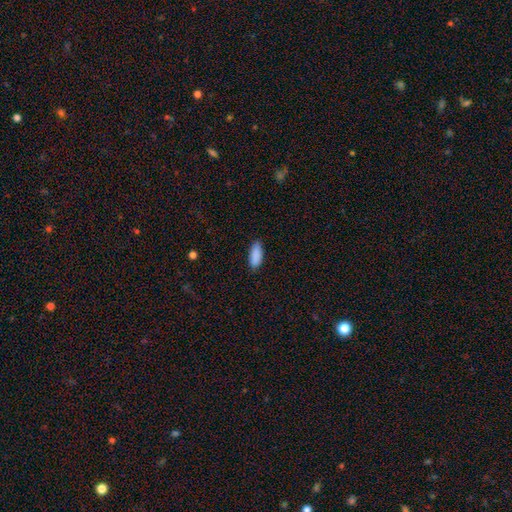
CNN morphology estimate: smooth_or_featured: smooth (p=0.90) [alt: star or artifact p=0.06]
how_rounded: in between (p=0.80) [alt: cigar-shaped p=0.19]
merging: none (p=0.83) [alt: minor disturbance p=0.14]